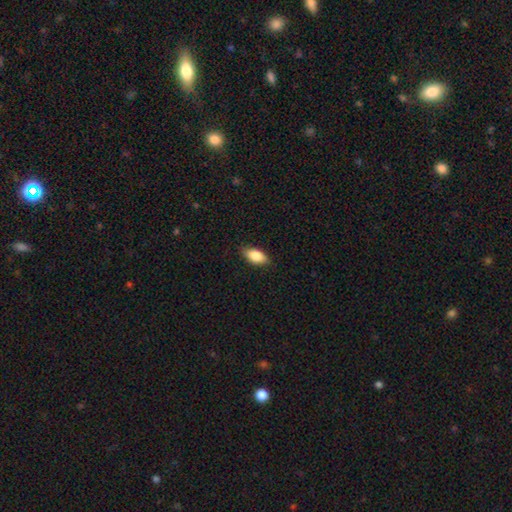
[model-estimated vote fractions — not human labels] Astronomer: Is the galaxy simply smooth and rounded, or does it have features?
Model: smooth — 86%.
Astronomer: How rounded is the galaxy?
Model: in between — 90%.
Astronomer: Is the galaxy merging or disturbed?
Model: none — 84%.